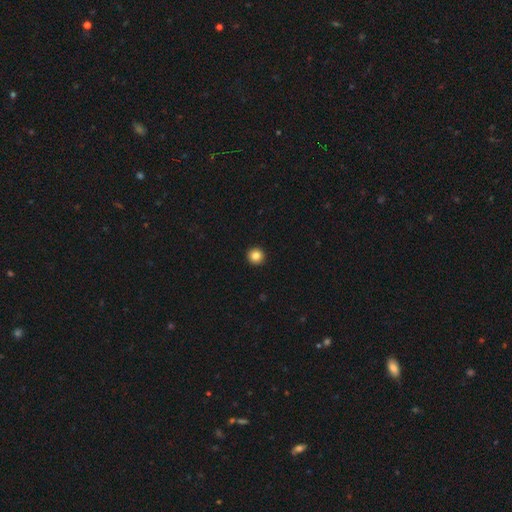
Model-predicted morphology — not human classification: type=smooth (85%); roundness=round (96%); merging=none (94%).